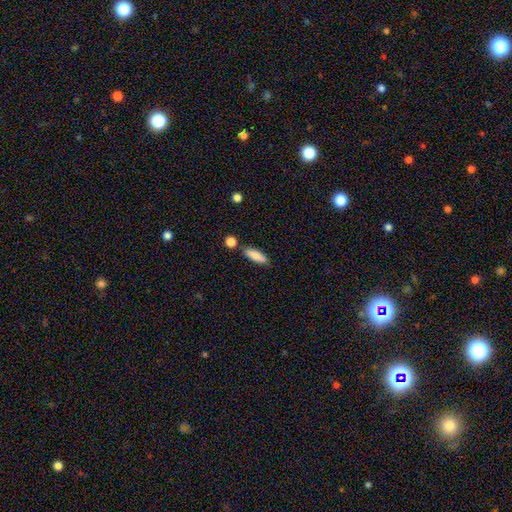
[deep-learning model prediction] Smooth or featured? smooth (84%)
How rounded? in between (53%)
Merging? none (80%)